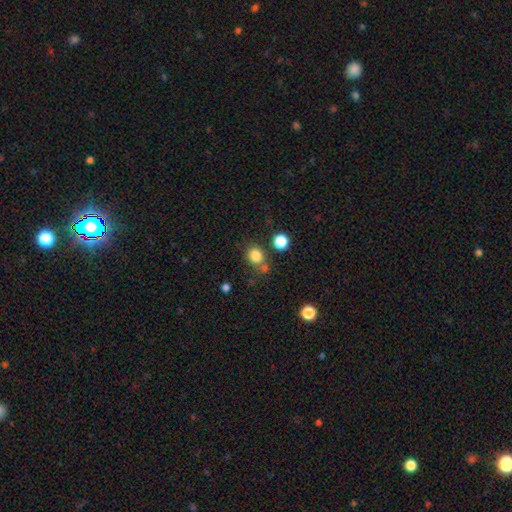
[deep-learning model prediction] This is clearly a smooth galaxy (82%). How rounded: likely round (73%). Merging: likely none (69%).